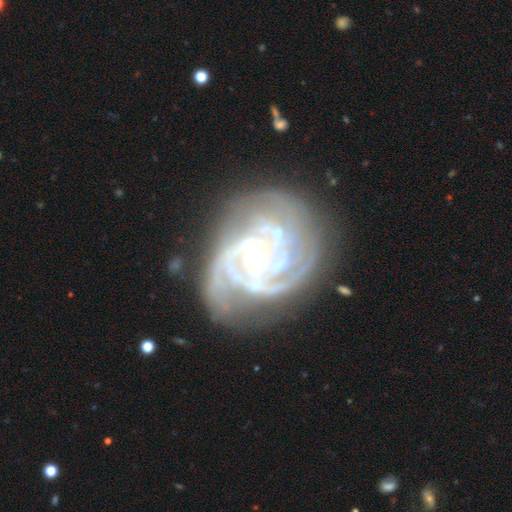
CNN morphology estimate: smooth_or_featured: featured or disk (p=0.90) [alt: star or artifact p=0.05]
disk_edge_on: no (p=0.98) [alt: yes p=0.02]
bar: no (p=0.68) [alt: weak p=0.23]
has_spiral_arms: yes (p=0.97) [alt: no p=0.03]
spiral_winding: tight (p=0.64) [alt: medium p=0.31]
spiral_arm_count: 3 (p=0.38) [alt: 2 p=0.18]
bulge_size: moderate (p=0.54) [alt: small p=0.40]
merging: none (p=0.59) [alt: minor disturbance p=0.22]